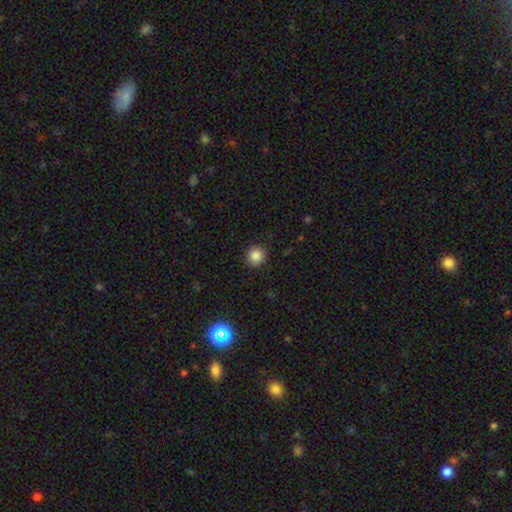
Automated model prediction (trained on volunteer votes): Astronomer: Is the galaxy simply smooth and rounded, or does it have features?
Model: smooth — 86%.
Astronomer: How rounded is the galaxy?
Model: round — 93%.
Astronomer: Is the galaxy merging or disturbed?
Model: none — 91%.